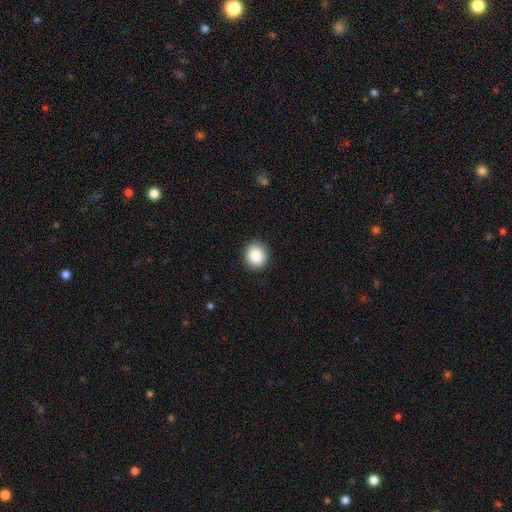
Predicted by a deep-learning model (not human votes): smooth_or_featured: smooth (p=0.86) [alt: star or artifact p=0.08]
how_rounded: round (p=0.83) [alt: in between p=0.16]
merging: none (p=0.90) [alt: minor disturbance p=0.07]